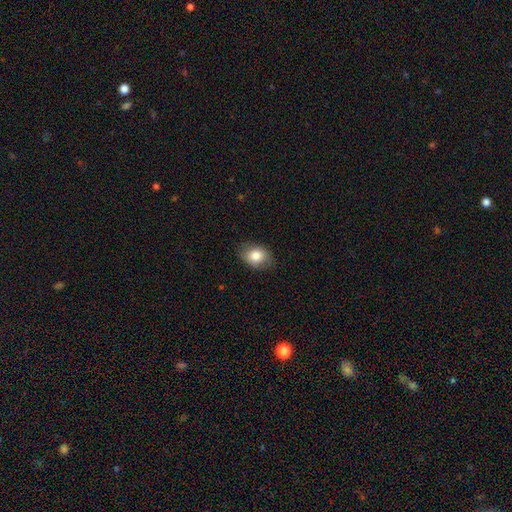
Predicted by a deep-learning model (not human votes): smooth_or_featured: smooth (p=0.81) [alt: featured or disk p=0.11]
how_rounded: in between (p=0.74) [alt: round p=0.25]
merging: none (p=0.81) [alt: minor disturbance p=0.15]